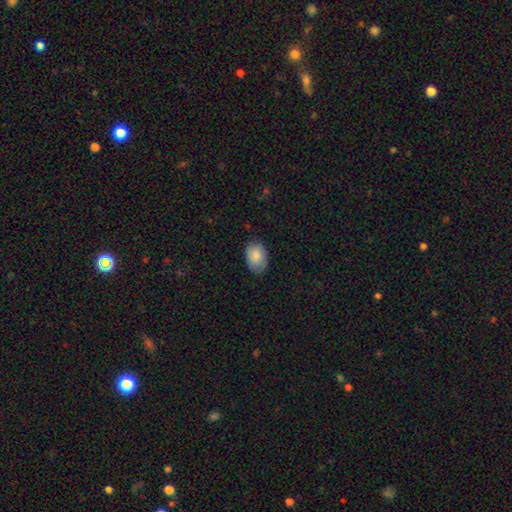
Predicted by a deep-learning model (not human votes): The model was most divided on "merging": none: 79%, minor disturbance: 17%, major disturbance: 3%, merger: 1%. More confident: smooth or featured — smooth (86%); how rounded — in between (86%).